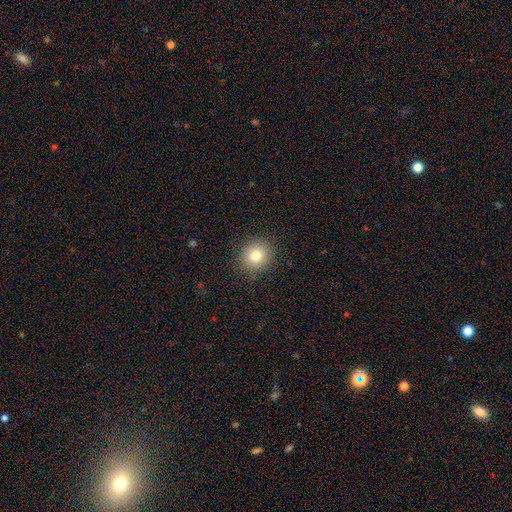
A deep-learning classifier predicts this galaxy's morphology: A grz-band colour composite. It shows a smooth galaxy with no disk features (79%) that is round (84%). Merging: none (89%).